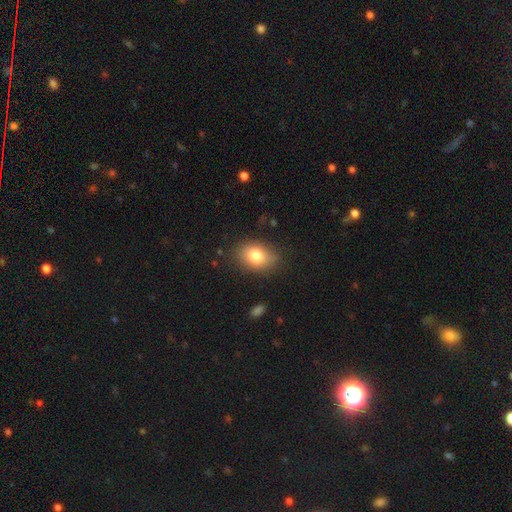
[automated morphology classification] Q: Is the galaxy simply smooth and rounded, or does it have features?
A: smooth — 81%.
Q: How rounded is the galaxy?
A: in between — 77%.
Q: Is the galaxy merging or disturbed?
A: none — 81%.